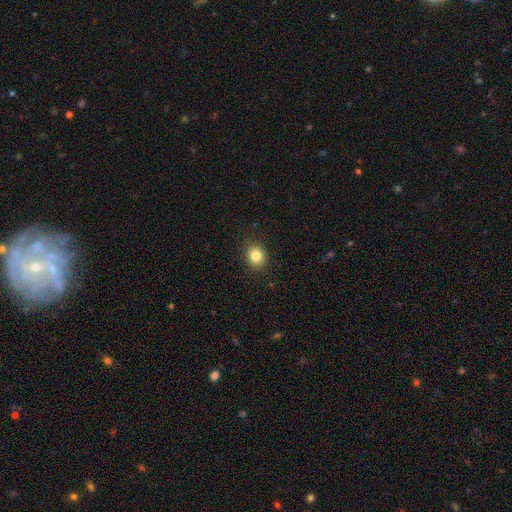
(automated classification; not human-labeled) A smooth galaxy with no disk features (83%) that is round (64%). Merging: none (87%).